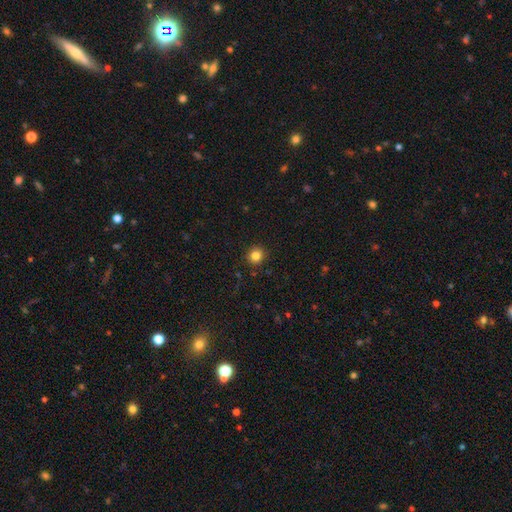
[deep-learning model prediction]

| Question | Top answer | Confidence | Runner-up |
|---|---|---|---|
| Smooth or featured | smooth | 84% | star or artifact (12%) |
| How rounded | round | 91% | in between (8%) |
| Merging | none | 91% | minor disturbance (6%) |